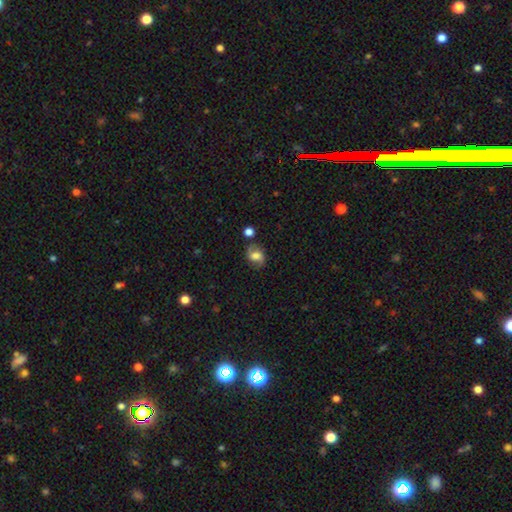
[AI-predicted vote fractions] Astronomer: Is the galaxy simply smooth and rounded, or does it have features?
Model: smooth — 49% (runner-up: featured or disk, 41%).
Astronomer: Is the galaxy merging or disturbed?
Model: none — 69%.